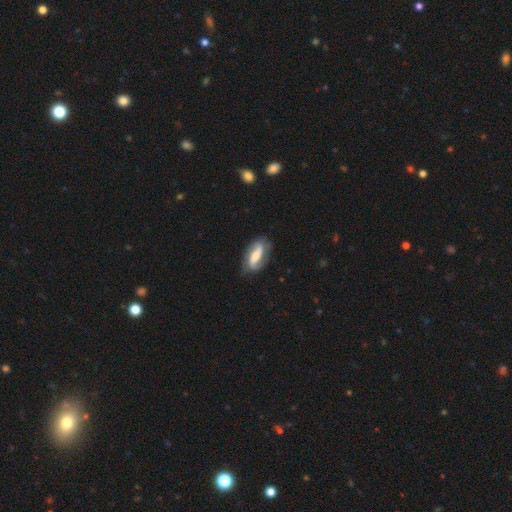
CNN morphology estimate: smooth-or-featured: featured or disk: 65% | smooth: 29% | star or artifact: 6%
  disk-edge-on: no: 90% | yes: 10%
    bar: strong: 39% | weak: 34% | no: 27%
    has-spiral-arms: yes: 86% | no: 14%
      spiral-winding: loose: 39% | medium: 37% | tight: 24%
      spiral-arm-count: 2: 83% | can't tell: 10% | 1: 4% | 3: 1% | 4: 1% | more than 4: 1%
    bulge-size: moderate: 45% | small: 37% | large: 11% | none: 5% | dominant: 2%
  merging: none: 73% | minor disturbance: 19% | major disturbance: 6% | merger: 2%